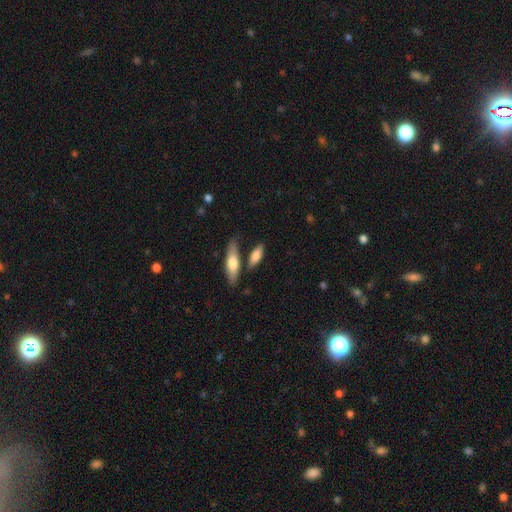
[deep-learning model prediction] smooth_or_featured: smooth (p=0.73) [alt: featured or disk p=0.21]
how_rounded: in between (p=0.55) [alt: cigar-shaped p=0.42]
merging: none (p=0.67) [alt: merger p=0.16]